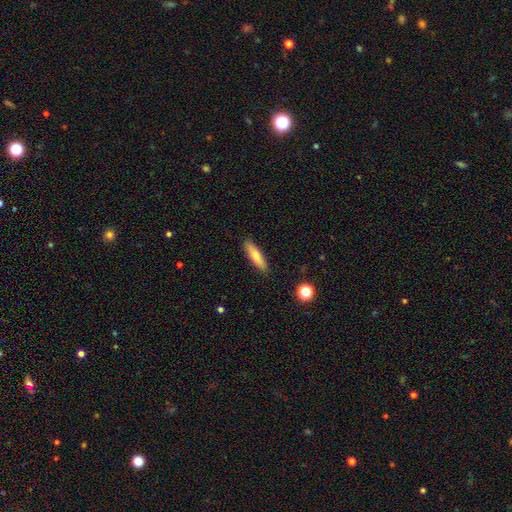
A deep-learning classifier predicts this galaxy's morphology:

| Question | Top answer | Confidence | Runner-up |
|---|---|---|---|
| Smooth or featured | smooth | 70% | featured or disk (23%) |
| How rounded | cigar-shaped | 70% | in between (28%) |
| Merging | none | 88% | minor disturbance (9%) |